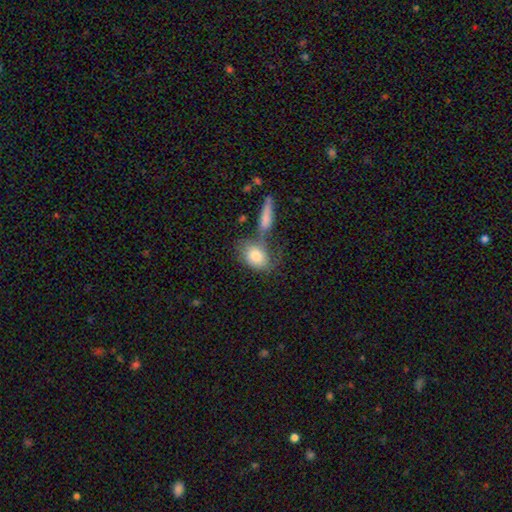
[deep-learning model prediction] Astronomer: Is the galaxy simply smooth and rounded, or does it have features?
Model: smooth — 79%.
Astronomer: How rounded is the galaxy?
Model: in between — 69%.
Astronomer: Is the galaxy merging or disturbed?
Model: merger — 37%, tied with none at 37%.